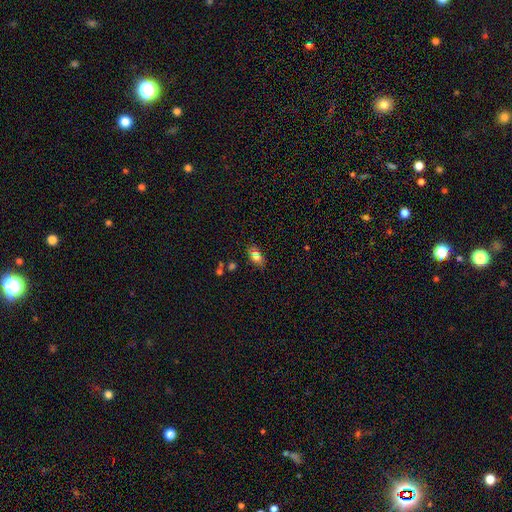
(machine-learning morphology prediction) The model was most divided on "merging": none: 75%, minor disturbance: 16%, merger: 6%, major disturbance: 4%. More confident: how rounded — in between (84%); smooth or featured — smooth (75%).